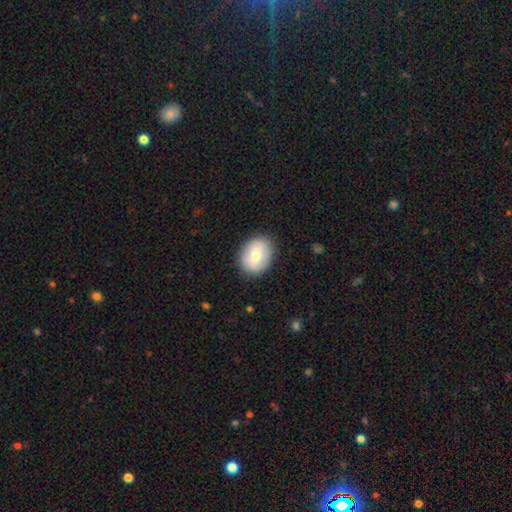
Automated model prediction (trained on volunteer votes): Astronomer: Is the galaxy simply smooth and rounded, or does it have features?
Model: smooth — 68%.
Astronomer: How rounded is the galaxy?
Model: in between — 57% (runner-up: round, 42%).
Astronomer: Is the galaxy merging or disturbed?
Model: none — 85%.